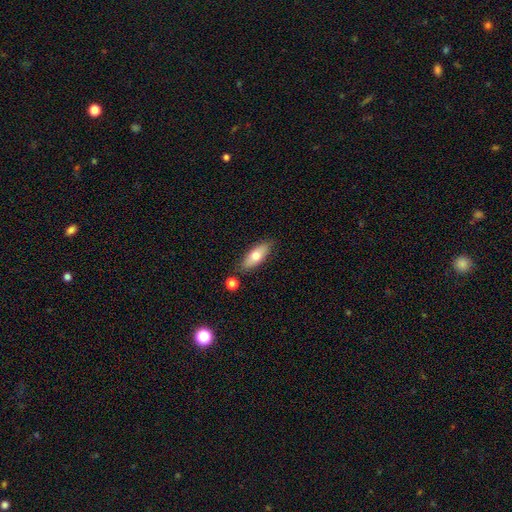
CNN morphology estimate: Smooth or featured: smooth — 71% (featured or disk — 22%)
How rounded: in between — 74% (cigar-shaped — 23%)
Merging: none — 80% (minor disturbance — 13%)